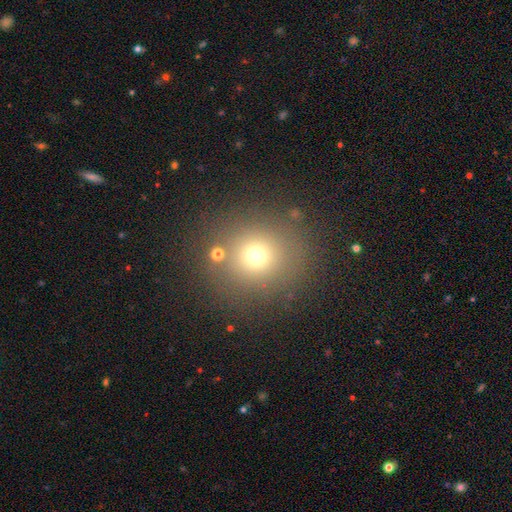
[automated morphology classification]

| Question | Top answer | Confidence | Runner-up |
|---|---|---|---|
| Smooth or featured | smooth | 68% | star or artifact (21%) |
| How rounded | round | 89% | in between (10%) |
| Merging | none | 81% | minor disturbance (9%) |